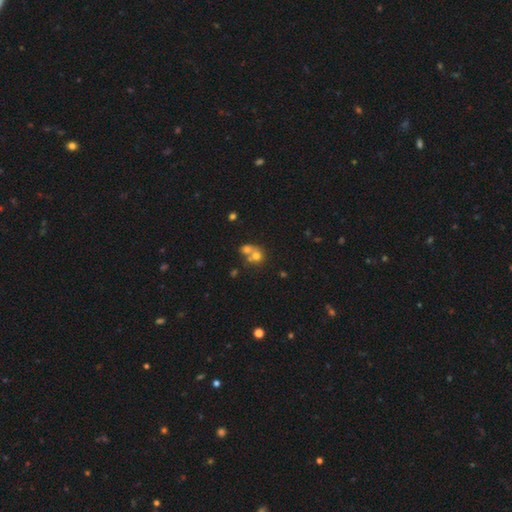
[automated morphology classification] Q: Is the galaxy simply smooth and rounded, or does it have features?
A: smooth — 64%.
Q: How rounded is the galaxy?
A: round — 74%.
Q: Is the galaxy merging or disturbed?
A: merger — 60%.